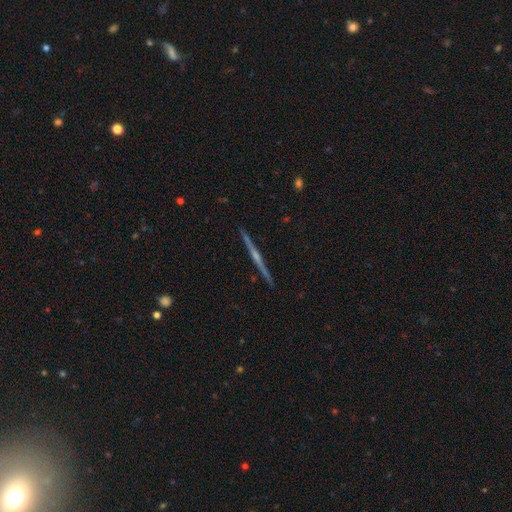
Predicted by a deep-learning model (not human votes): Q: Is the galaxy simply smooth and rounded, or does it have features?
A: featured or disk — 69%.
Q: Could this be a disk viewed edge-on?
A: yes — 94%.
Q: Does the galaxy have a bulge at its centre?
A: rounded — 66%.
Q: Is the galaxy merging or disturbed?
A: none — 87%.